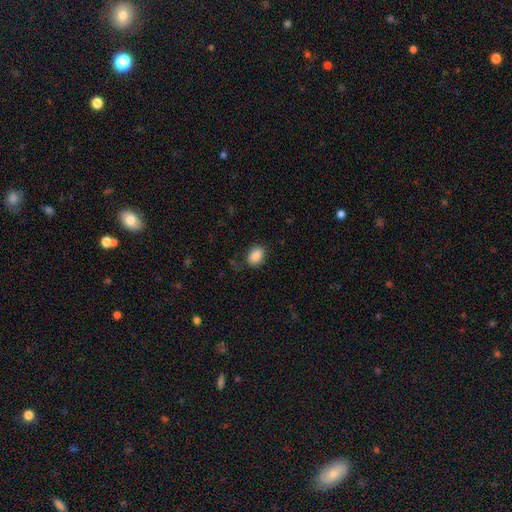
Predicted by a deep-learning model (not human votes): Q: Smooth or featured?
A: smooth (88%); runner-up: star or artifact (8%)
Q: How rounded?
A: in between (76%); runner-up: round (23%)
Q: Merging?
A: none (81%); runner-up: minor disturbance (14%)